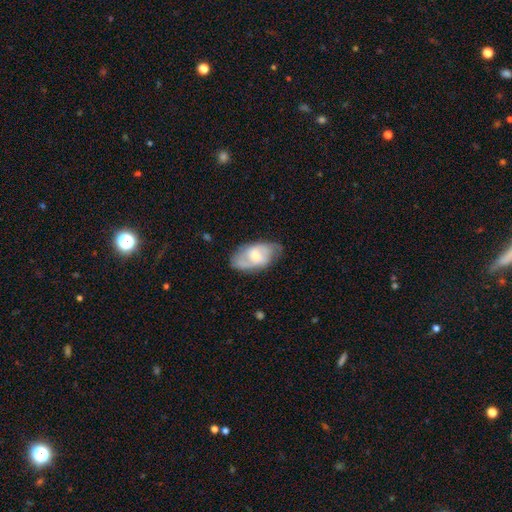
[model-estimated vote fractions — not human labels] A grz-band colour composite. It shows a featured or disk galaxy (55%) with a weak bar (43%, tied with no), spiral arms (72%) and a moderate central bulge (51%). Merging: none (69%).